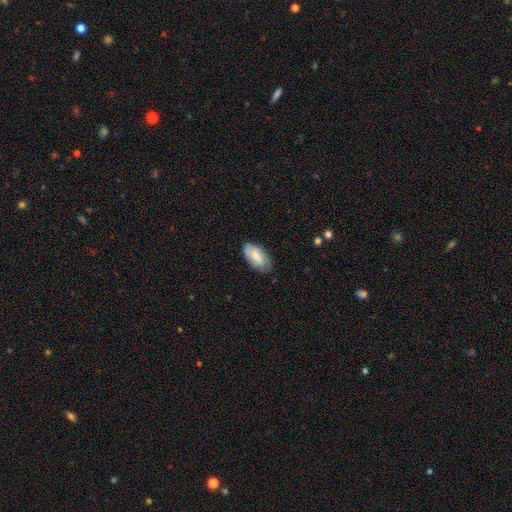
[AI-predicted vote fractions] smooth 67%, featured or disk 27%, star or artifact 6%. Down the decision tree: how rounded — in between (93%); merging — none (76%).